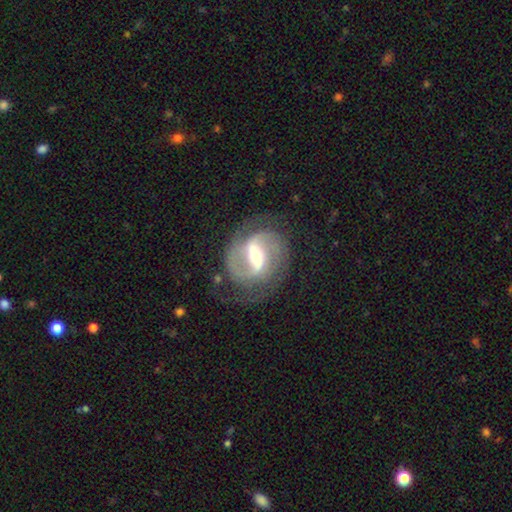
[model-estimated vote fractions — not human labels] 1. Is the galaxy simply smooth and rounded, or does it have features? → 89% featured or disk, 6% smooth, 5% star or artifact.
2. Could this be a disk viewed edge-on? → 97% no, 3% yes.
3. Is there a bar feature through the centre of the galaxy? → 53% strong, 37% weak, 10% no.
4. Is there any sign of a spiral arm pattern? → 96% yes, 4% no.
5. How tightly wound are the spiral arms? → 52% medium, 28% tight, 19% loose.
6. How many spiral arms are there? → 87% 2, 4% can't tell, 4% 3, 2% 1, 1% 4, 1% more than 4.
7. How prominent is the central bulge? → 54% moderate, 40% small, 4% large, 1% none, 1% dominant.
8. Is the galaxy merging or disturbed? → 74% none, 15% minor disturbance, 9% major disturbance, 2% merger.